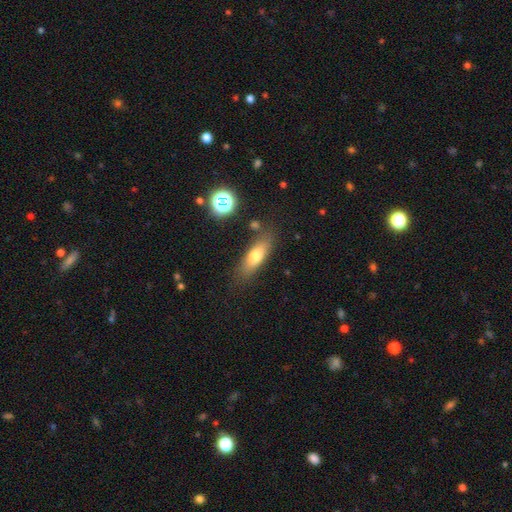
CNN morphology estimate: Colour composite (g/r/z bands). It shows a smooth galaxy with no disk features (70%) that is in between round and cigar-shaped (60%). Merging: none (77%).